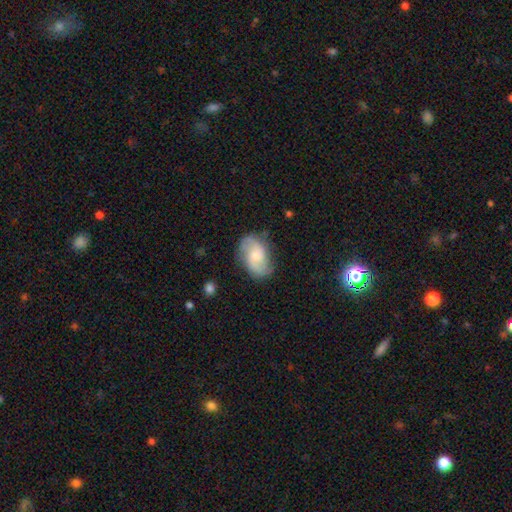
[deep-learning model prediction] This appears to be a featured or disk galaxy (61%) with no bar (56%), 2 (84%) medium (43%) spiral arms (90%) and a moderate central bulge (45%). Merging: none (71%).